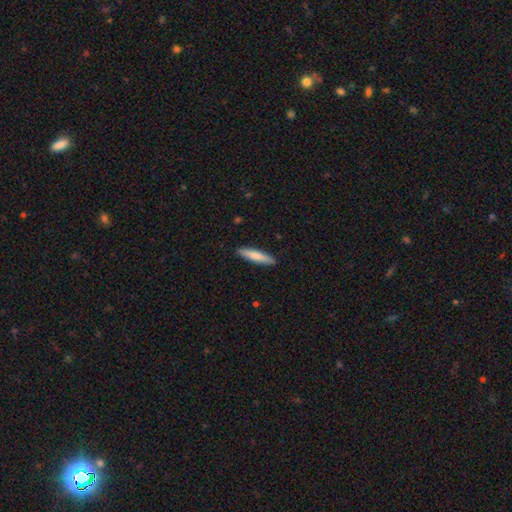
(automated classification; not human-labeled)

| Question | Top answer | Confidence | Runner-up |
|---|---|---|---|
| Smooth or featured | smooth | 76% | featured or disk (19%) |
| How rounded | cigar-shaped | 86% | in between (13%) |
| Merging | none | 91% | minor disturbance (7%) |